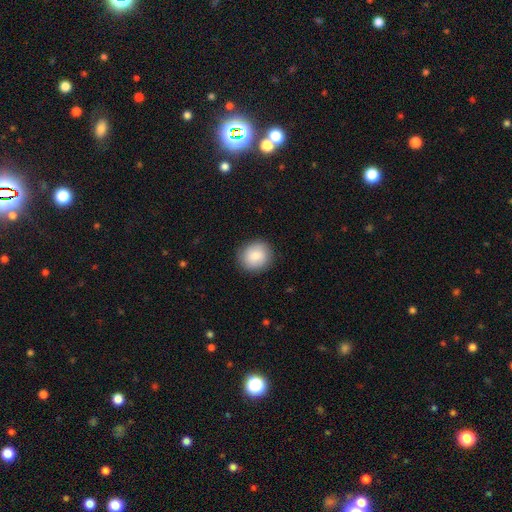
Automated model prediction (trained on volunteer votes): Morphology: type=smooth (84%); roundness=round (84%); merging=none (87%).